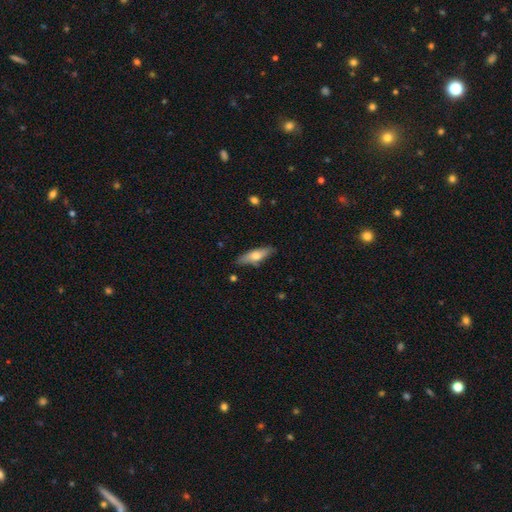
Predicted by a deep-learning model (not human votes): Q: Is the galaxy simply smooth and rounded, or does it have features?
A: smooth — 61%.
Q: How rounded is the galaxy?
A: cigar-shaped — 50%.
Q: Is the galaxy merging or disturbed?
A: none — 81%.